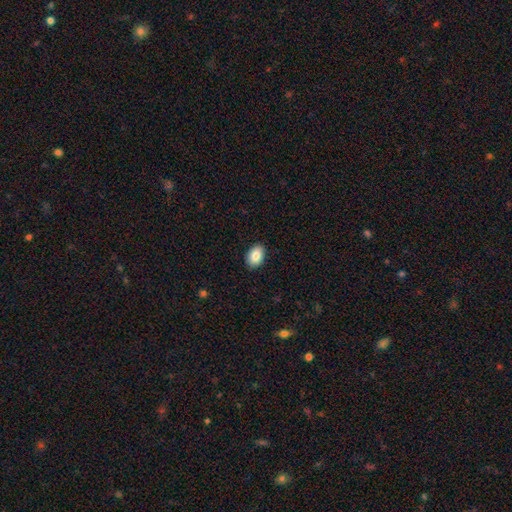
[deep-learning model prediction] A smooth galaxy with no disk features (86%) that is in between round and cigar-shaped (83%). Merging: none (90%).